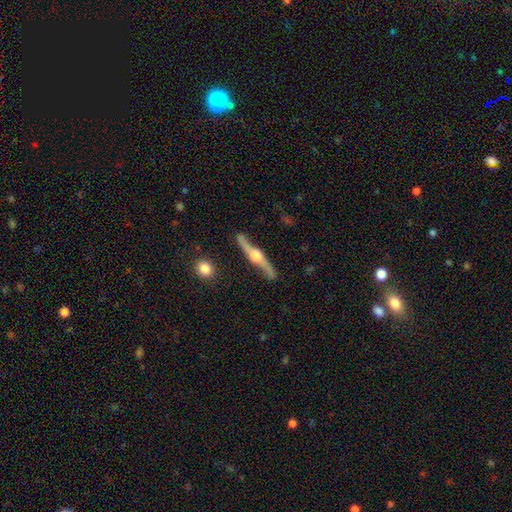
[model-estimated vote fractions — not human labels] smooth-or-featured: featured or disk: 86% | smooth: 10% | star or artifact: 4%
  disk-edge-on: yes: 83% | no: 17%
    edge-on-bulge: rounded: 94% | boxy: 4% | none: 3%
  merging: none: 82% | minor disturbance: 13% | major disturbance: 3% | merger: 2%